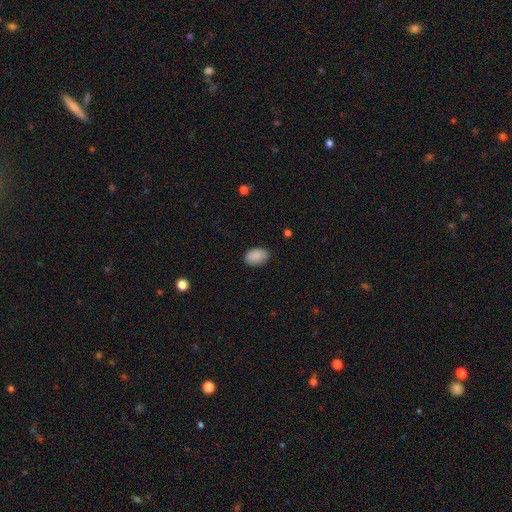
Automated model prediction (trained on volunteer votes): This is clearly a smooth galaxy (90%). How rounded: clearly in between (89%). Merging: clearly none (85%).